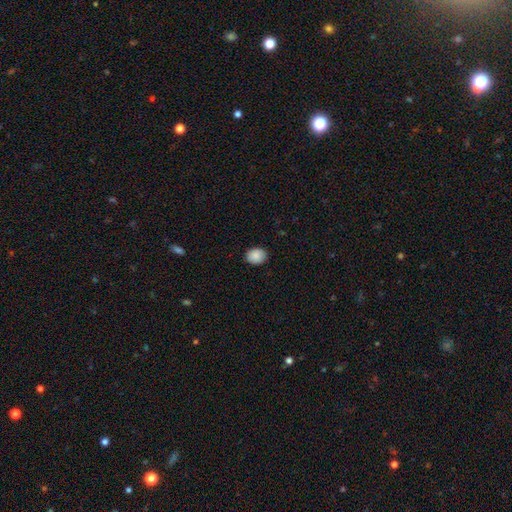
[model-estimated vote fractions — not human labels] Smooth or featured: smooth — 89% (star or artifact — 7%)
How rounded: in between — 54% (round — 45%)
Merging: none — 88% (minor disturbance — 9%)